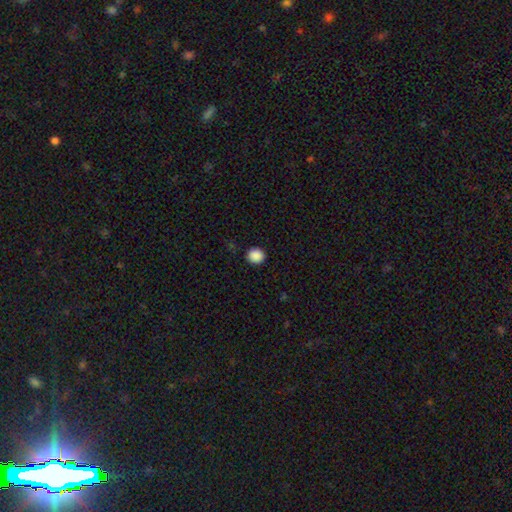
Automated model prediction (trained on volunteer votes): Morphology: type=smooth (89%); roundness=round (86%); merging=none (92%).